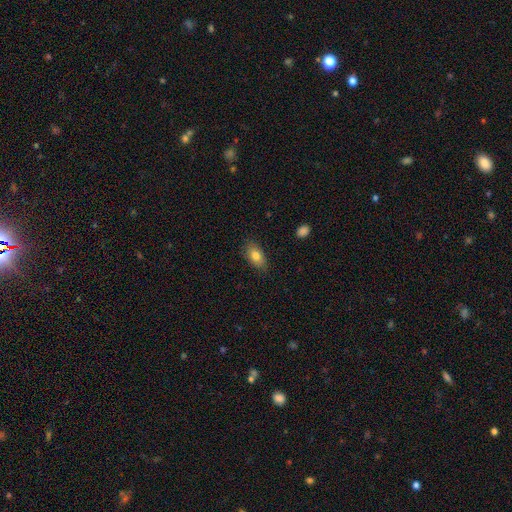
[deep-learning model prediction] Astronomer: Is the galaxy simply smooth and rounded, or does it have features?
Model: smooth — 80%.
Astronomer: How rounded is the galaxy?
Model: in between — 89%.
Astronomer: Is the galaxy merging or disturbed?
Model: none — 84%.